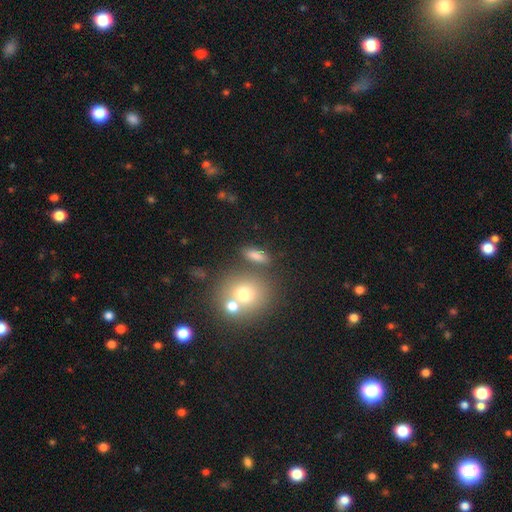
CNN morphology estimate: smooth_or_featured: smooth (p=0.76) [alt: star or artifact p=0.12]
how_rounded: in between (p=0.58) [alt: round p=0.21]
merging: none (p=0.68) [alt: merger p=0.16]